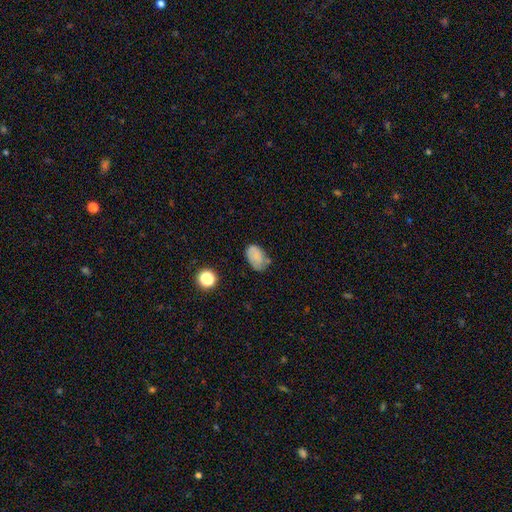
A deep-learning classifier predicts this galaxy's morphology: type=smooth (68%); roundness=in between (85%); merging=none (53%).